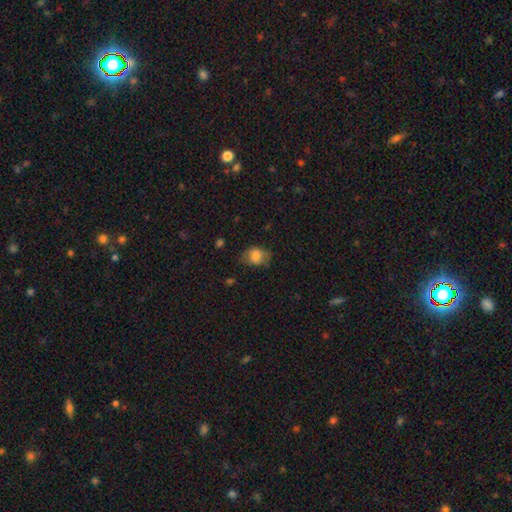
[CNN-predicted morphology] Smooth or featured?
  - smooth: 78% *
  - featured or disk: 13%
  - star or artifact: 9%
How rounded?
  - in between: 57% *
  - round: 42%
  - cigar-shaped: 1%
Merging?
  - none: 58% *
  - minor disturbance: 28%
  - major disturbance: 12%
  - merger: 2%